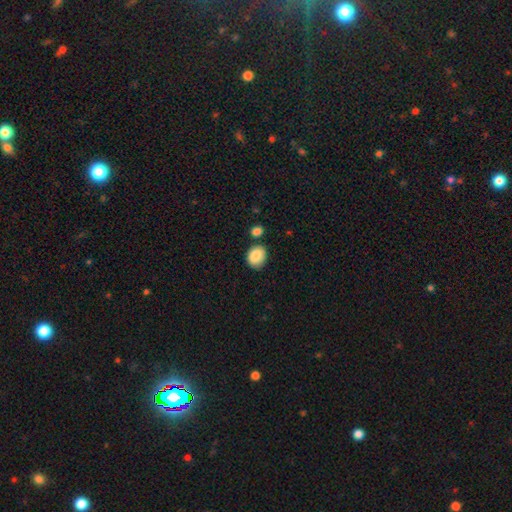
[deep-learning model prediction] The model was most divided on "how rounded": round: 55%, in between: 45%, cigar-shaped: 1%. More confident: smooth or featured — smooth (87%); merging — none (73%).